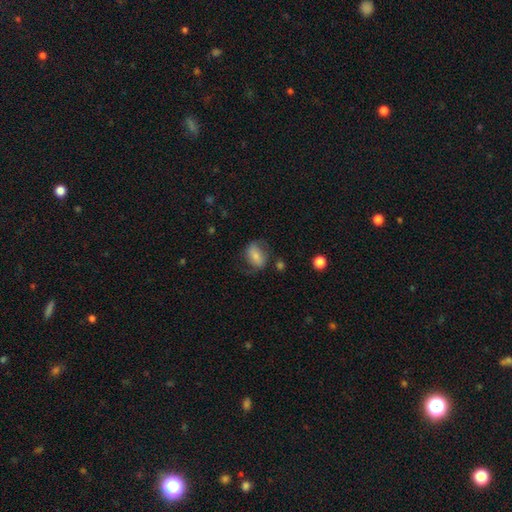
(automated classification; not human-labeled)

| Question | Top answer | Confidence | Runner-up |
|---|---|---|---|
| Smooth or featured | smooth | 57% | featured or disk (35%) |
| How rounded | in between | 75% | round (23%) |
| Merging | none | 59% | minor disturbance (24%) |